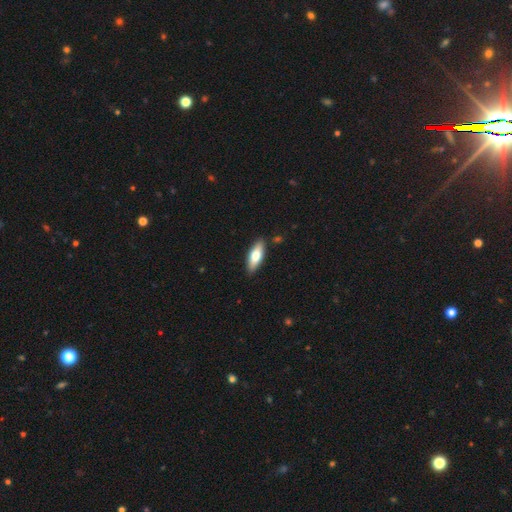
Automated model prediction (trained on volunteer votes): smooth_or_featured: smooth (p=0.67) [alt: featured or disk p=0.27]
how_rounded: in between (p=0.65) [alt: cigar-shaped p=0.33]
merging: none (p=0.88) [alt: minor disturbance p=0.09]